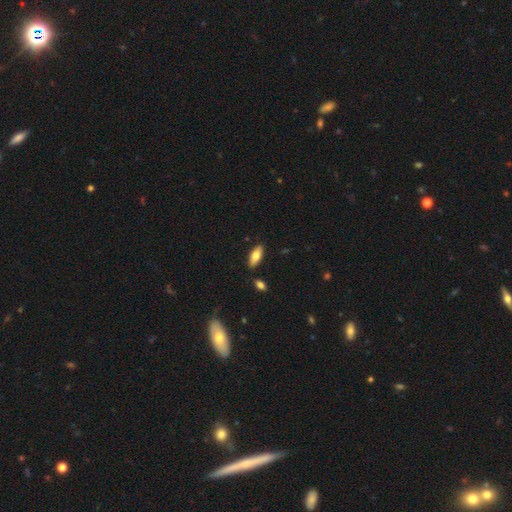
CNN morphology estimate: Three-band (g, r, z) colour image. It shows a smooth galaxy with no disk features (73%) that is in between round and cigar-shaped (78%). Merging: none (87%).